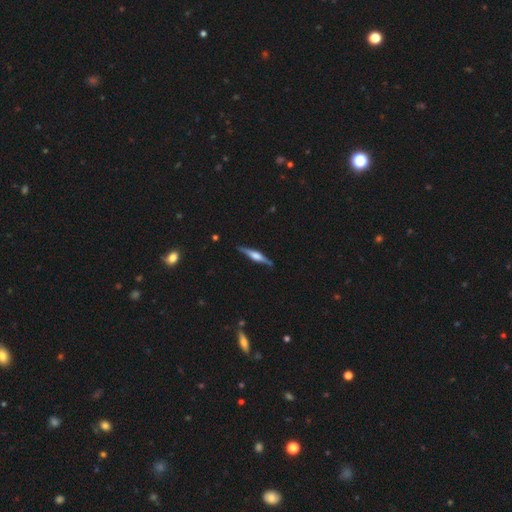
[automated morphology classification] Smooth or featured?
  - featured or disk: 73% *
  - smooth: 21%
  - star or artifact: 5%
Edge-on disk?
  - yes: 97% *
  - no: 3%
Edge-on bulge?
  - rounded: 69% *
  - boxy: 26%
  - none: 5%
Merging?
  - none: 88% *
  - minor disturbance: 9%
  - major disturbance: 2%
  - merger: 1%